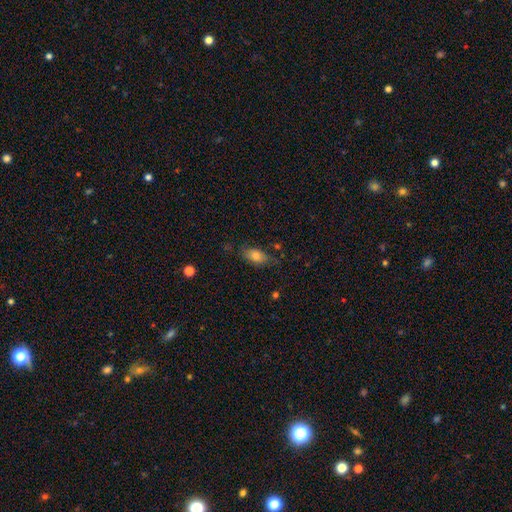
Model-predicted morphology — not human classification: Smooth or featured?
  - smooth: 76% *
  - featured or disk: 15%
  - star or artifact: 9%
How rounded?
  - in between: 87% *
  - round: 7%
  - cigar-shaped: 6%
Merging?
  - none: 67% *
  - minor disturbance: 23%
  - major disturbance: 7%
  - merger: 3%